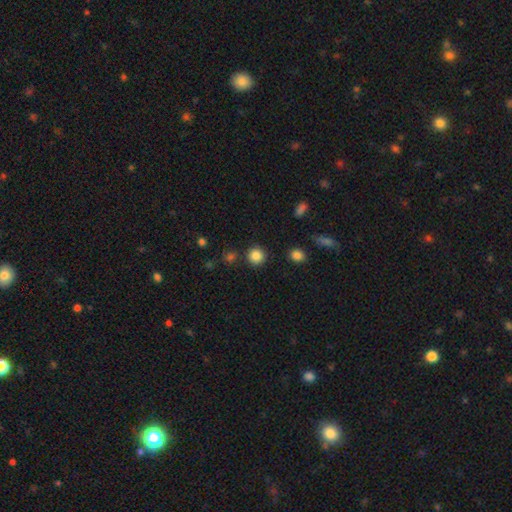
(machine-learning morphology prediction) smooth-or-featured: smooth: 85% | star or artifact: 11% | featured or disk: 4%
  how-rounded: round: 93% | in between: 6% | cigar-shaped: 1%
  merging: none: 88% | minor disturbance: 6% | merger: 3% | major disturbance: 2%